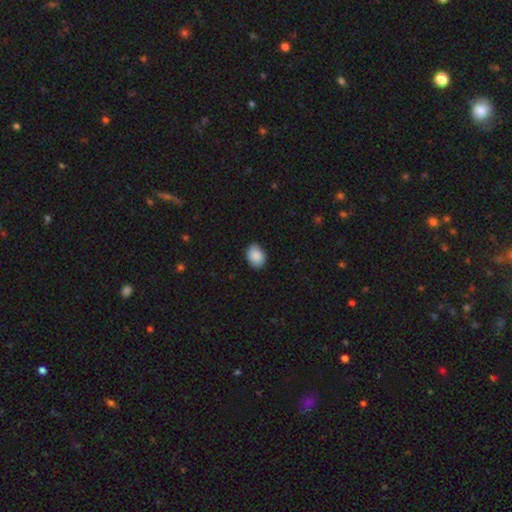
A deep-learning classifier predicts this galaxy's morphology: Smooth or featured? Predicted: smooth (p=0.89). How rounded? Predicted: in between (p=0.67). Merging? Predicted: none (p=0.81).